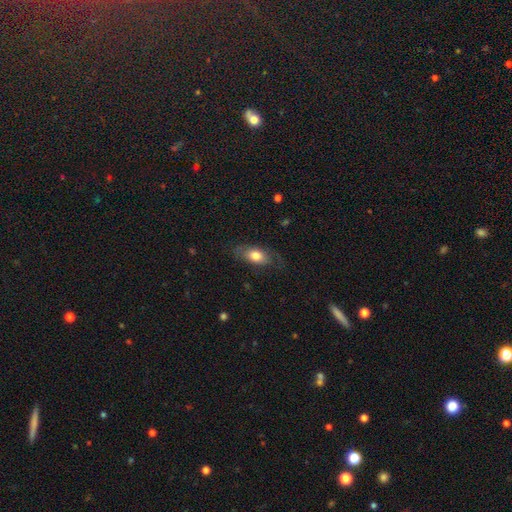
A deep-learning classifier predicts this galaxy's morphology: Smooth or featured: smooth — 65% (featured or disk — 28%)
How rounded: in between — 86% (round — 8%)
Merging: none — 65% (minor disturbance — 22%)